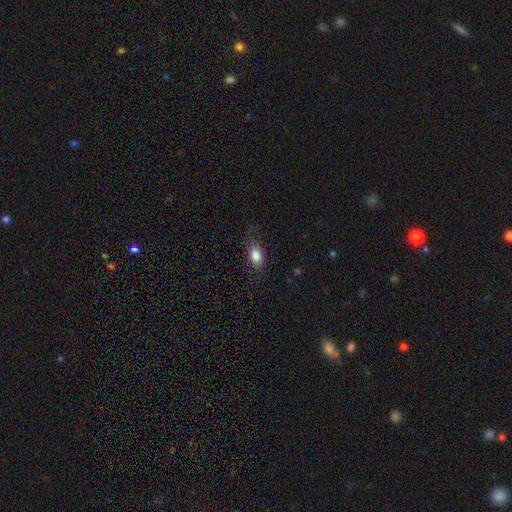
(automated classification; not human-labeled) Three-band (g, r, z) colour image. It shows a smooth galaxy with no disk features (85%) that is in between round and cigar-shaped (85%). Merging: none (76%).